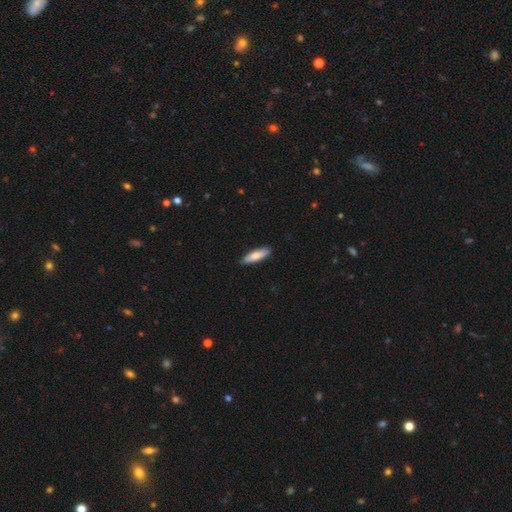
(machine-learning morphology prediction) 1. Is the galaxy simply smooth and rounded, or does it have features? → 77% smooth, 18% featured or disk, 5% star or artifact.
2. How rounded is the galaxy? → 64% cigar-shaped, 34% in between, 2% round.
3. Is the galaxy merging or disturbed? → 89% none, 9% minor disturbance, 1% major disturbance, 1% merger.